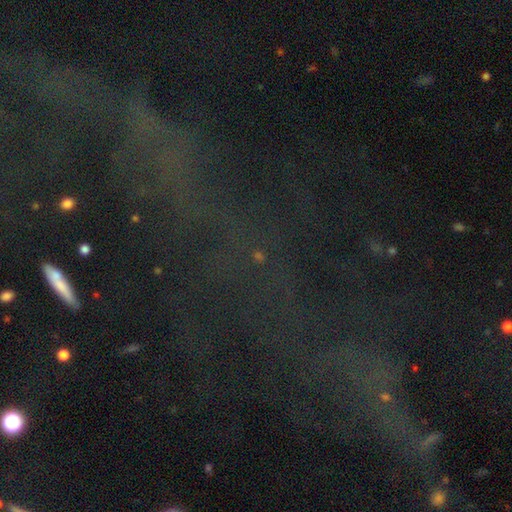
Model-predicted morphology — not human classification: This appears to be a star or artifact, not a galaxy (64%).